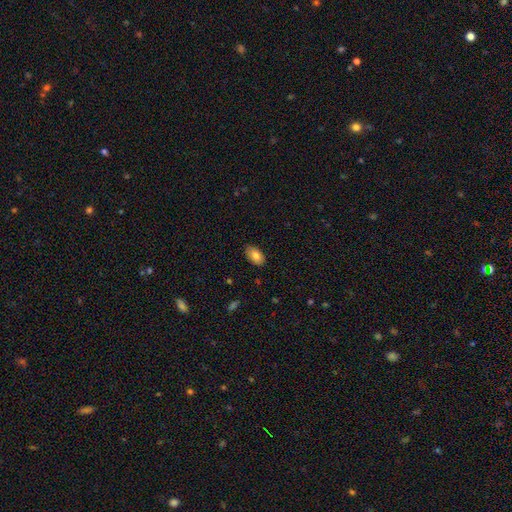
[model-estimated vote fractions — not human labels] Smooth or featured: smooth — 81% (featured or disk — 12%)
How rounded: in between — 92% (round — 6%)
Merging: none — 82% (minor disturbance — 15%)